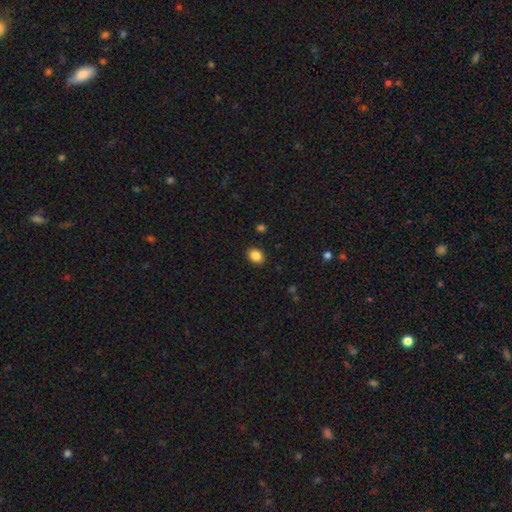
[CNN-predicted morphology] Smooth or featured? smooth (86%)
How rounded? in between (60%)
Merging? none (90%)